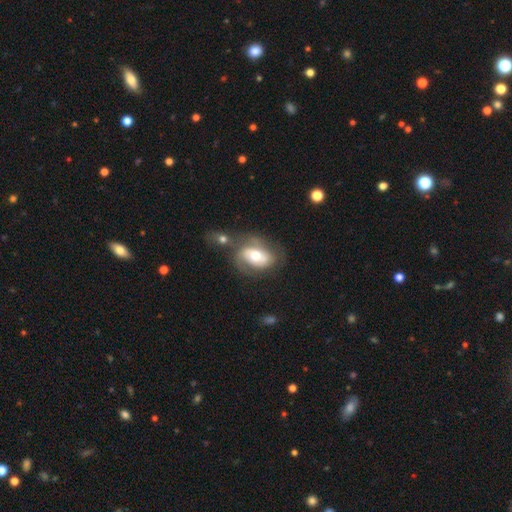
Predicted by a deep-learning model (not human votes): The model was most divided on "merging": none: 37%, merger: 28%, minor disturbance: 20%, major disturbance: 16%. More confident: edge-on disk — no (95%); spiral arms — yes (74%); bulge size — moderate (69%); smooth or featured — featured or disk (60%); bar — no (57%).